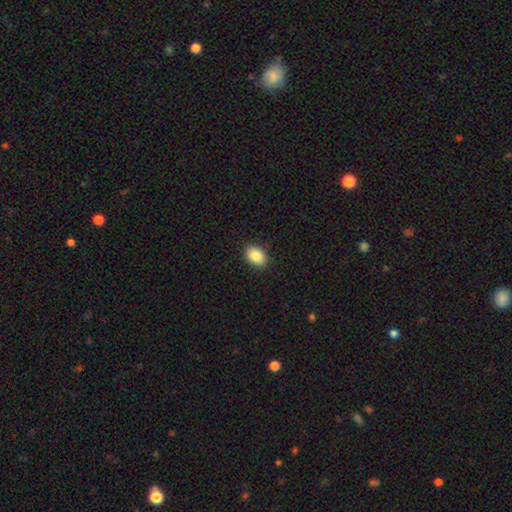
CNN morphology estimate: Q: Smooth or featured?
A: smooth (86%); runner-up: star or artifact (8%)
Q: How rounded?
A: in between (81%); runner-up: round (18%)
Q: Merging?
A: none (90%); runner-up: minor disturbance (8%)